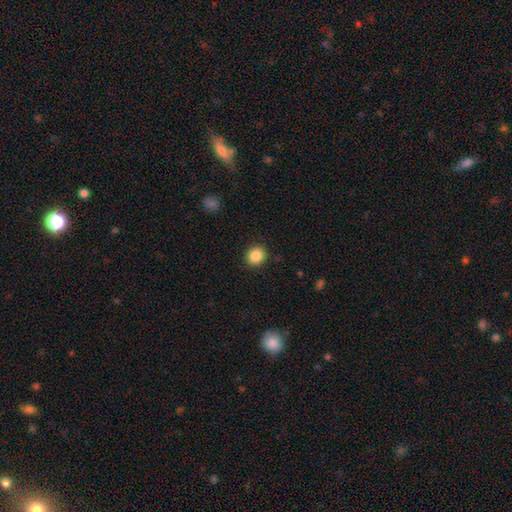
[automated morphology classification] smooth 87%, star or artifact 9%, featured or disk 4%. Down the decision tree: how rounded — round (78%); merging — none (90%).